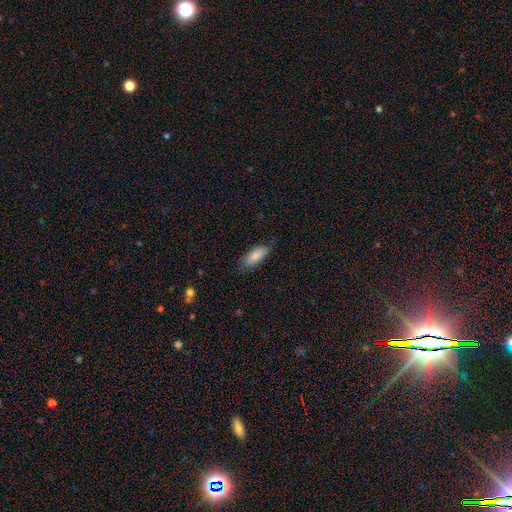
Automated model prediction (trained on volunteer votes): The model was most divided on "how rounded": in between: 76%, cigar-shaped: 22%, round: 2%. More confident: smooth or featured — smooth (83%); merging — none (76%).